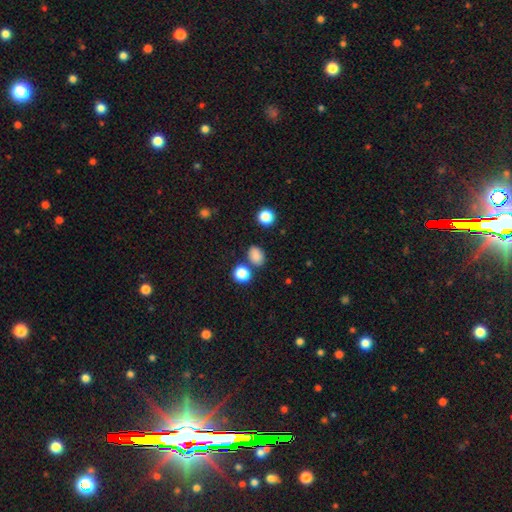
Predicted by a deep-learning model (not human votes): A smooth galaxy with no disk features (83%) that is in between round and cigar-shaped (64%).

Vote fractions:
- Smooth or featured? smooth: 83% / star or artifact: 13% / featured or disk: 4%
- How rounded? in between: 64% / round: 35% / cigar-shaped: 1%
- Merging? none: 77% / minor disturbance: 11% / merger: 9% / major disturbance: 3%